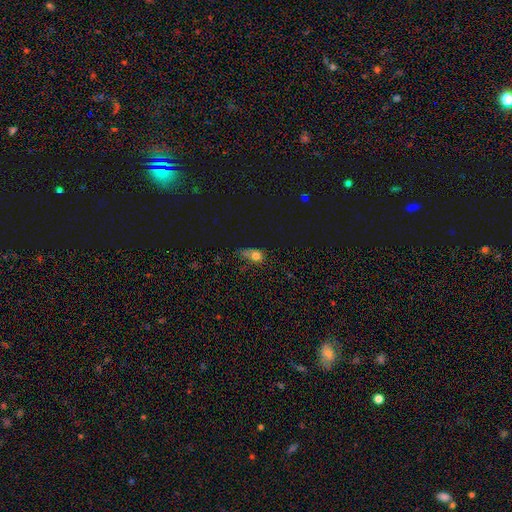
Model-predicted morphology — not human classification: Smooth or featured: smooth — 71% (star or artifact — 18%)
How rounded: round — 55% (in between — 41%)
Merging: none — 36% (minor disturbance — 32%)